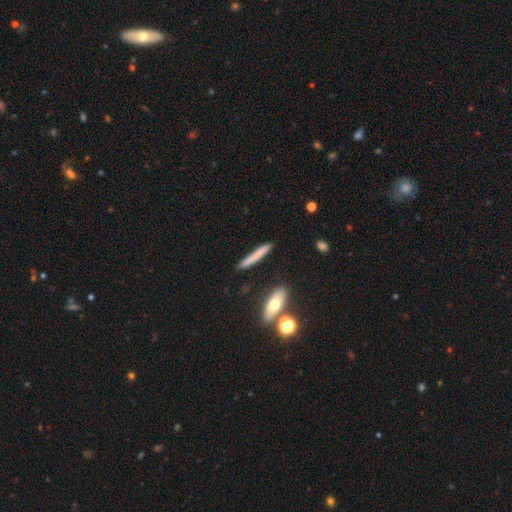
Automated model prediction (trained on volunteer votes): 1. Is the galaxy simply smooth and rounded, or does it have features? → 70% smooth, 23% featured or disk, 7% star or artifact.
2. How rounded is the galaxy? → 94% cigar-shaped, 4% in between, 2% round.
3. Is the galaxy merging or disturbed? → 85% none, 10% minor disturbance, 3% merger, 2% major disturbance.